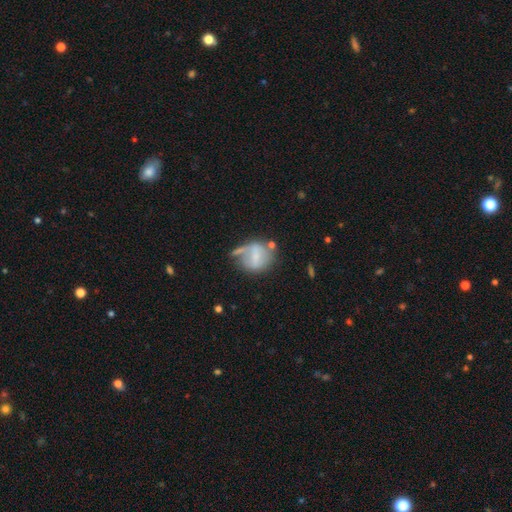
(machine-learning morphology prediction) type=smooth (52%); roundness=round (65%); merging=none (35%).